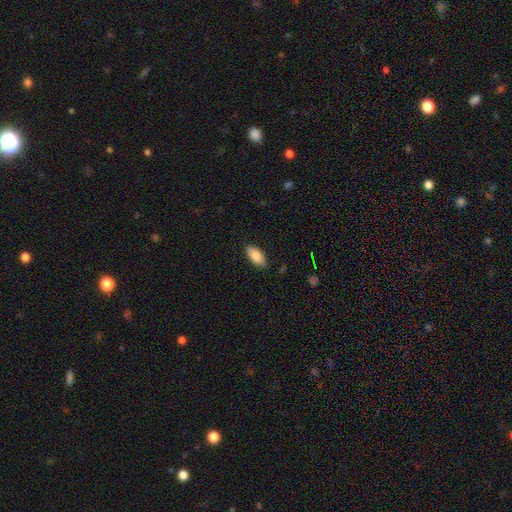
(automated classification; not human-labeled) This appears to be a smooth galaxy with no disk features (88%) that is in between round and cigar-shaped (90%). Merging: none (86%).